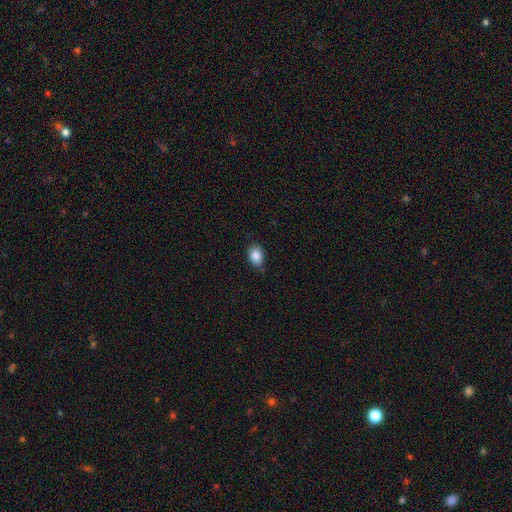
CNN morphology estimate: Smooth or featured? smooth (88%)
How rounded? in between (79%)
Merging? none (82%)